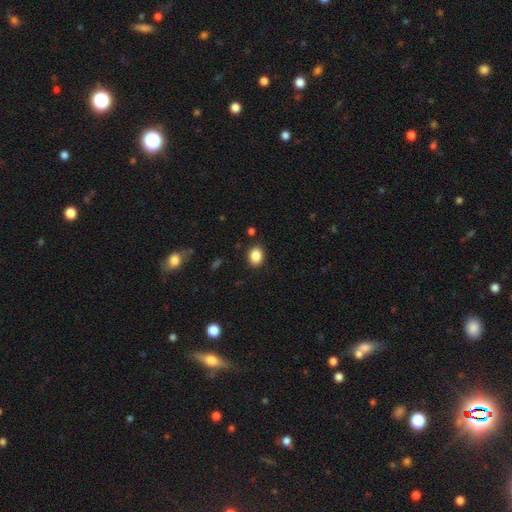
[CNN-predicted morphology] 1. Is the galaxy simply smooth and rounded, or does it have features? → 87% smooth, 9% star or artifact, 4% featured or disk.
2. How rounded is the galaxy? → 56% in between, 43% round, 1% cigar-shaped.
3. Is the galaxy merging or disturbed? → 88% none, 8% minor disturbance, 2% major disturbance, 1% merger.